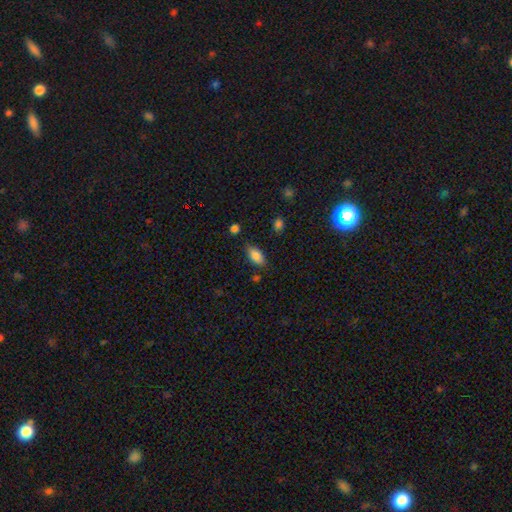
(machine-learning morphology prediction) This appears to be a smooth galaxy with no disk features (84%) that is in between round and cigar-shaped (90%). Merging: none (77%).